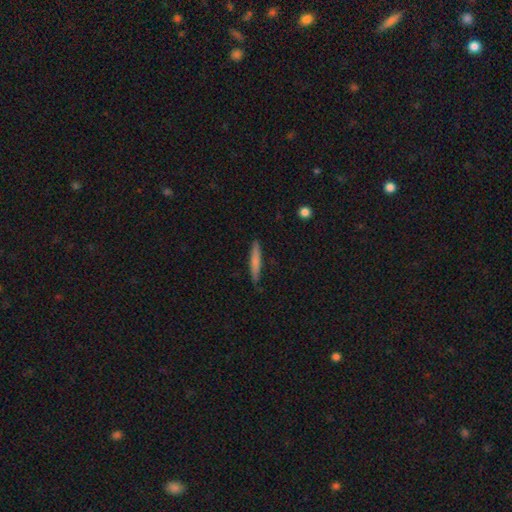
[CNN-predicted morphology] The model was most divided on "smooth or featured": smooth: 63%, featured or disk: 30%, star or artifact: 7%. More confident: how rounded — cigar-shaped (95%); merging — none (88%).